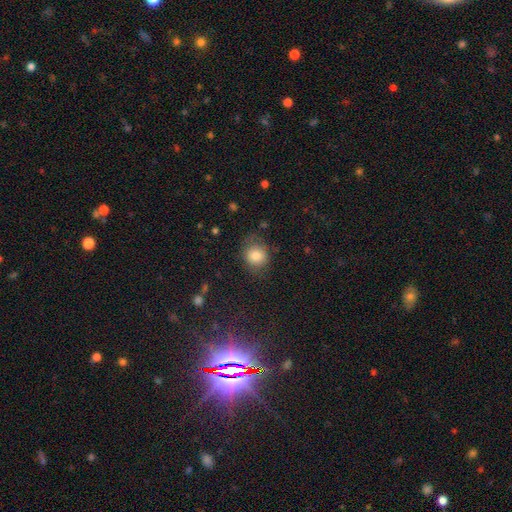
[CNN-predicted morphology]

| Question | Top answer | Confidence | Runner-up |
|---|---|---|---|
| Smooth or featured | smooth | 79% | star or artifact (11%) |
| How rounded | round | 72% | in between (27%) |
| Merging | none | 68% | minor disturbance (21%) |